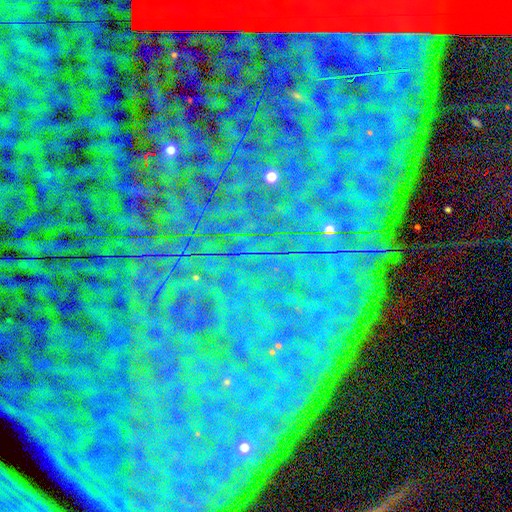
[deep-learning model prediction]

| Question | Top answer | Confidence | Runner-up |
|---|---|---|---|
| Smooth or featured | star or artifact | 86% | featured or disk (7%) |